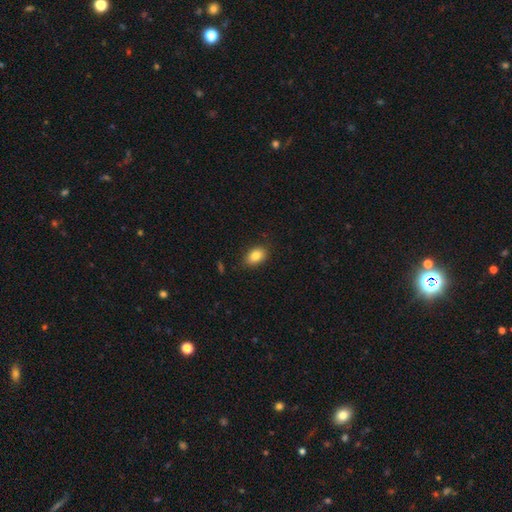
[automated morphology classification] Smooth or featured: smooth — 84% (star or artifact — 9%)
How rounded: in between — 81% (round — 17%)
Merging: none — 84% (minor disturbance — 12%)